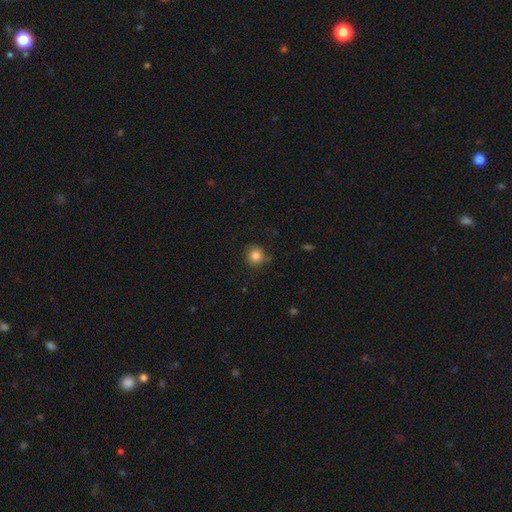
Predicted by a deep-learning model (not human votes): A smooth galaxy with no disk features (83%) that is round (90%). Merging: none (78%).